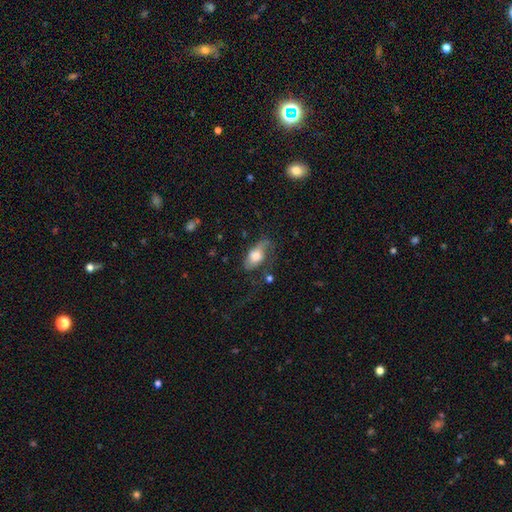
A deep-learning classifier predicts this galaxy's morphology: smooth_or_featured: smooth (p=0.58) [alt: featured or disk p=0.34]
how_rounded: in between (p=0.86) [alt: round p=0.08]
merging: none (p=0.36) [alt: major disturbance p=0.31]